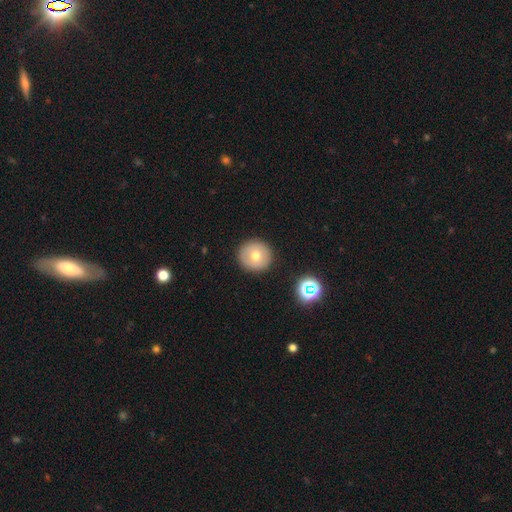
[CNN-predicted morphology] The model was most divided on "smooth or featured": smooth: 67%, featured or disk: 23%, star or artifact: 10%. More confident: how rounded — round (94%); merging — none (91%).